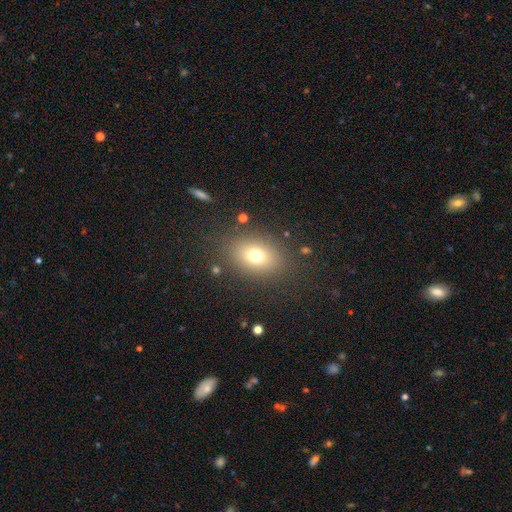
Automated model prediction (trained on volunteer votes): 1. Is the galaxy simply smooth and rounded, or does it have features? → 73% smooth, 14% star or artifact, 13% featured or disk.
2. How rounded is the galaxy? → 67% in between, 32% round, 1% cigar-shaped.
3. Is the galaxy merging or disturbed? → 82% none, 11% minor disturbance, 6% major disturbance, 2% merger.